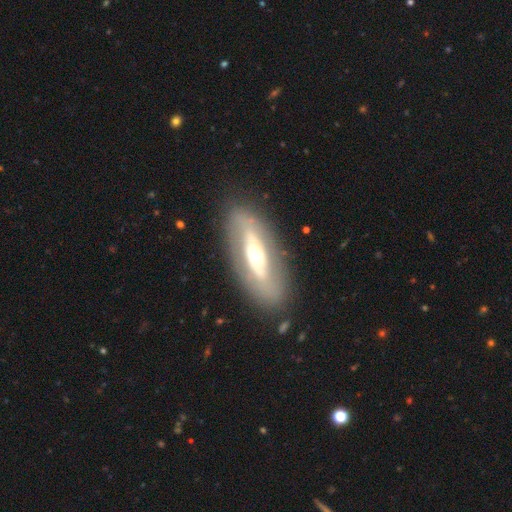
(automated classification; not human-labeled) Smooth or featured?
  - featured or disk: 65% *
  - smooth: 29%
  - star or artifact: 6%
Edge-on disk?
  - no: 71% *
  - yes: 29%
Merging?
  - none: 81% *
  - minor disturbance: 12%
  - major disturbance: 5%
  - merger: 2%